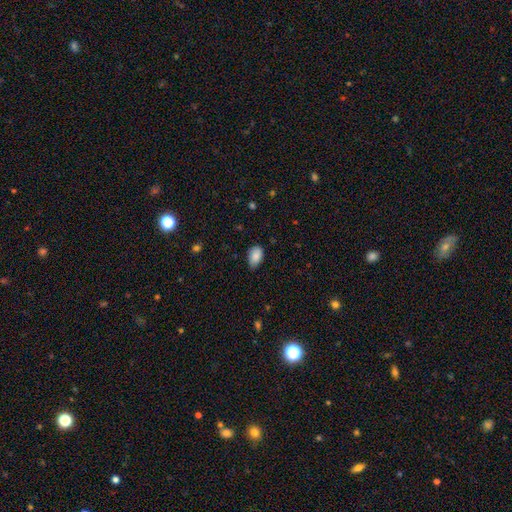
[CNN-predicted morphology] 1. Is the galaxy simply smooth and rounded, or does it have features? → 86% smooth, 7% star or artifact, 6% featured or disk.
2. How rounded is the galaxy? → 90% in between, 8% round, 1% cigar-shaped.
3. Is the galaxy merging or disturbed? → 65% none, 30% minor disturbance, 4% major disturbance, 1% merger.